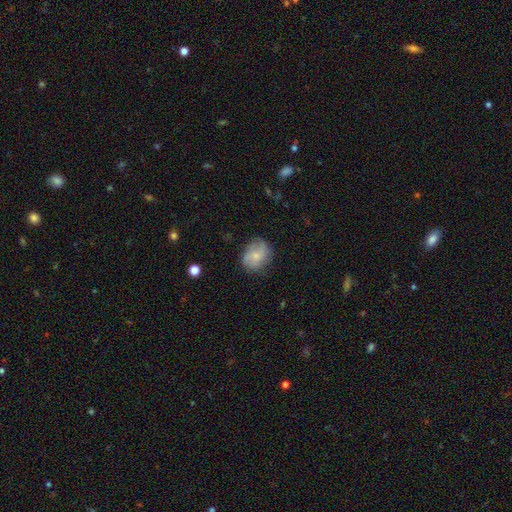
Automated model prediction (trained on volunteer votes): smooth 57%, featured or disk 35%, star or artifact 8%. Down the decision tree: how rounded — round (55%); merging — none (68%).